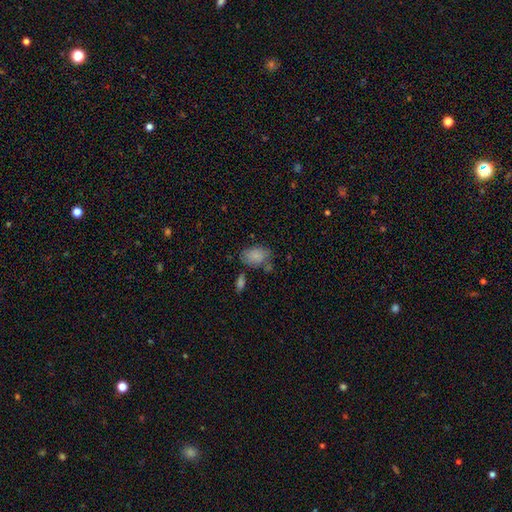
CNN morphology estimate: smooth-or-featured: smooth: 83% | featured or disk: 9% | star or artifact: 8%
  how-rounded: in between: 82% | round: 17% | cigar-shaped: 1%
  merging: none: 56% | minor disturbance: 24% | merger: 12% | major disturbance: 8%